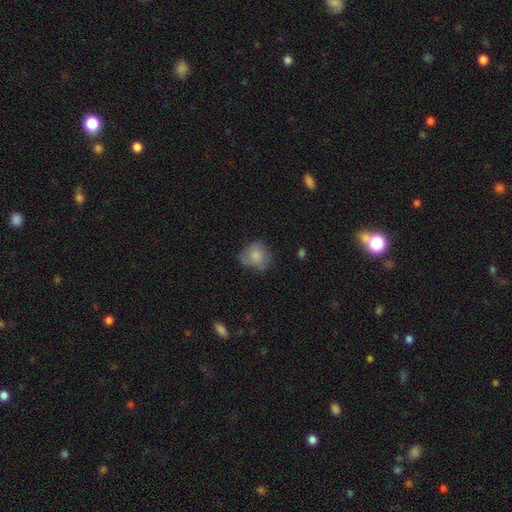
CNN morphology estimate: Smooth or featured?
  - smooth: 75% *
  - featured or disk: 16%
  - star or artifact: 8%
How rounded?
  - round: 75% *
  - in between: 24%
  - cigar-shaped: 1%
Merging?
  - none: 55% *
  - minor disturbance: 31%
  - major disturbance: 11%
  - merger: 3%